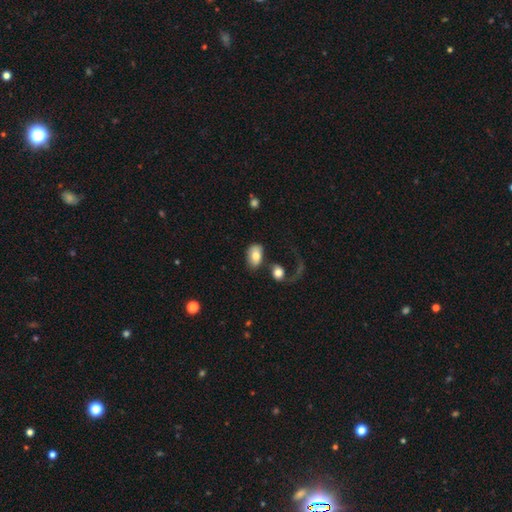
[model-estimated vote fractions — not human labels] This is likely a smooth galaxy (74%). How rounded: clearly in between (88%). Merging: possibly none (50%).